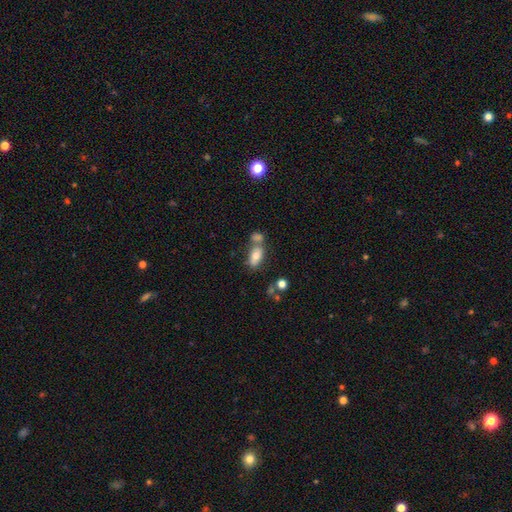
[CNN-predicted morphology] smooth_or_featured: smooth (p=0.71) [alt: featured or disk p=0.20]
how_rounded: in between (p=0.88) [alt: round p=0.08]
merging: none (p=0.45) [alt: merger p=0.36]